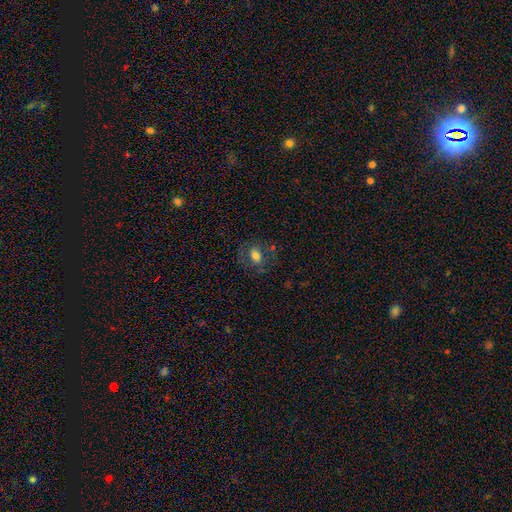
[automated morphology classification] type=smooth (64%); roundness=in between (68%); merging=none (71%).